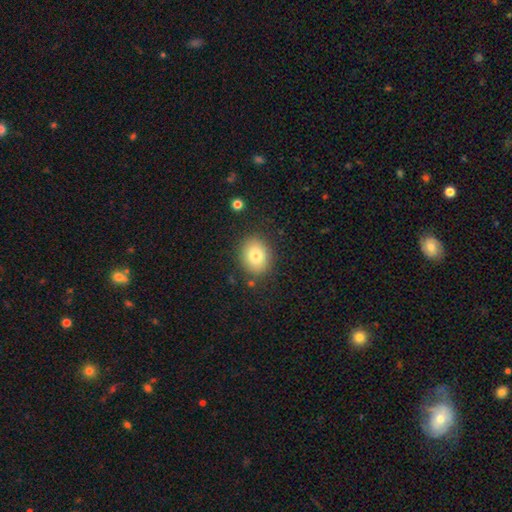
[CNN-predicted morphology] type=smooth (79%); roundness=round (59%); merging=none (85%).